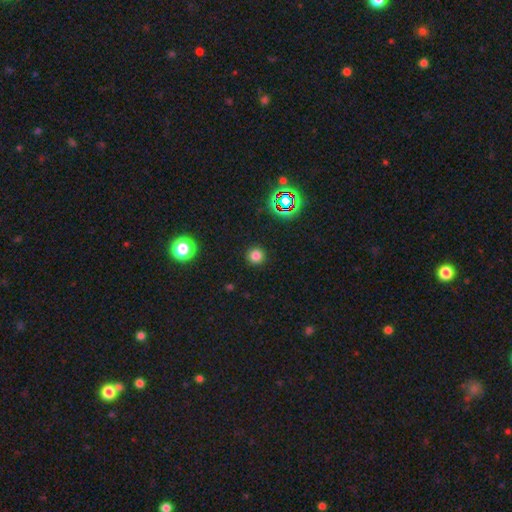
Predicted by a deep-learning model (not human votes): A smooth galaxy with no disk features (77%) that is round (95%). Merging: none (91%).